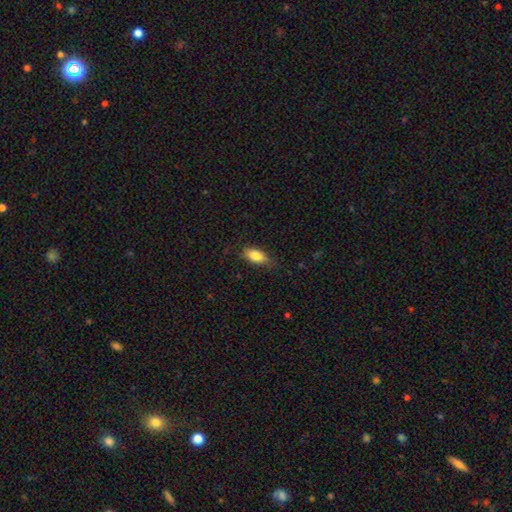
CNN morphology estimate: Smooth or featured: smooth — 82% (featured or disk — 11%)
How rounded: in between — 85% (cigar-shaped — 11%)
Merging: none — 75% (minor disturbance — 20%)